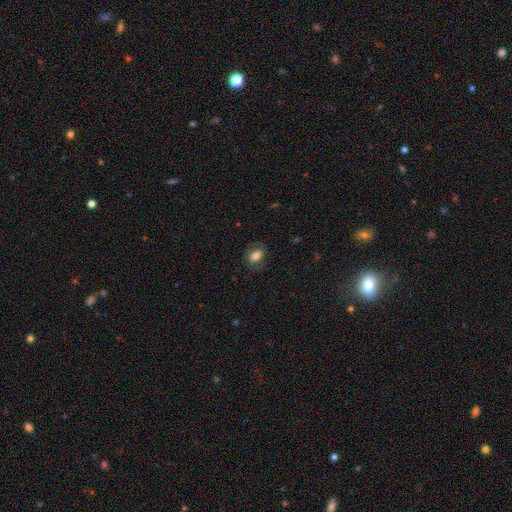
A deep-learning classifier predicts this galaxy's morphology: Smooth or featured? Predicted: smooth (p=0.72). How rounded? Predicted: in between (p=0.76). Merging? Predicted: none (p=0.73).